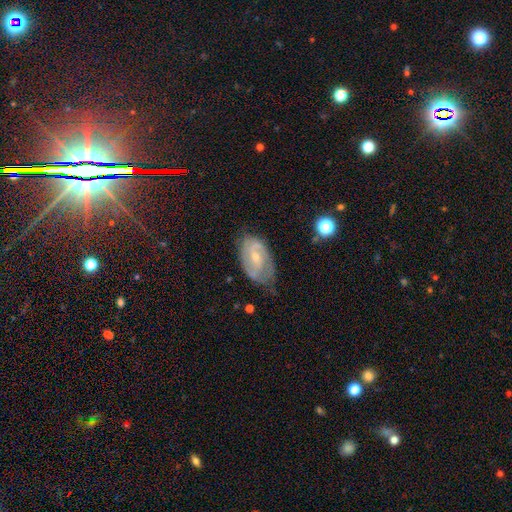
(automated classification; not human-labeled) Morphology: type=featured or disk (76%); edge-on=no (96%); bar=weak (51%); spiral arms=yes (89%); winding=medium (44%); arm count=2 (70%); bulge=small (60%); merging=none (62%).